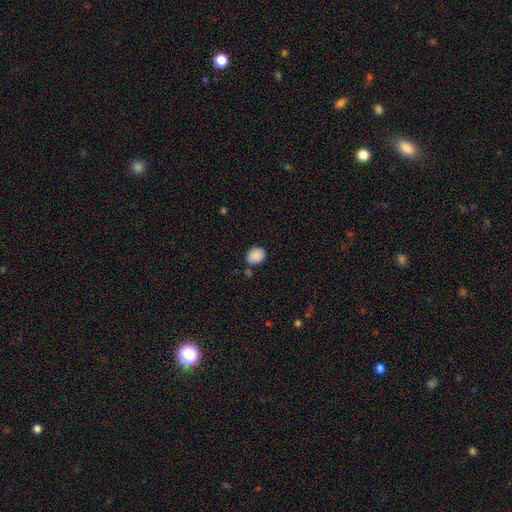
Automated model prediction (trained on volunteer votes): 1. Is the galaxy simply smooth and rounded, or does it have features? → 89% smooth, 8% star or artifact, 3% featured or disk.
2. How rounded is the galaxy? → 60% round, 40% in between, 1% cigar-shaped.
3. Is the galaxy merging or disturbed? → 75% none, 16% minor disturbance, 6% merger, 4% major disturbance.